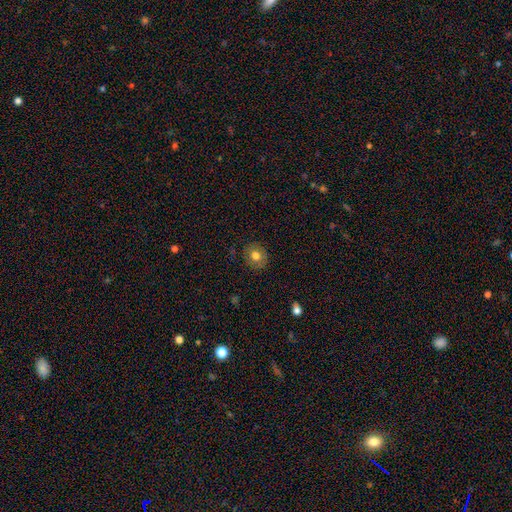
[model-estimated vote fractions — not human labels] Smooth or featured? Predicted: smooth (p=0.75). How rounded? Predicted: round (p=0.78). Merging? Predicted: none (p=0.86).